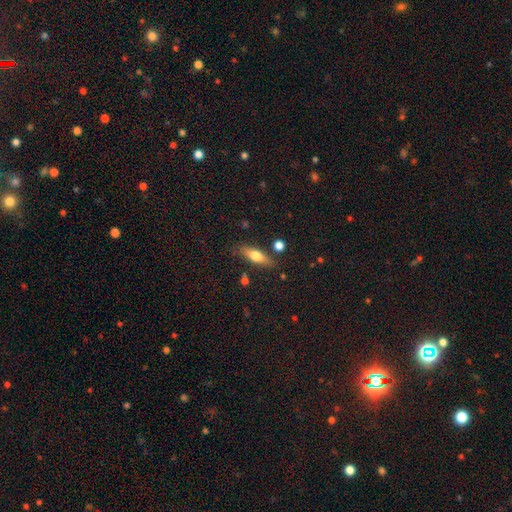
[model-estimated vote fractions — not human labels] Overall: smooth (61%; featured or disk 31%). How rounded: in between (51%; cigar-shaped 45%). Merging: none (79%).